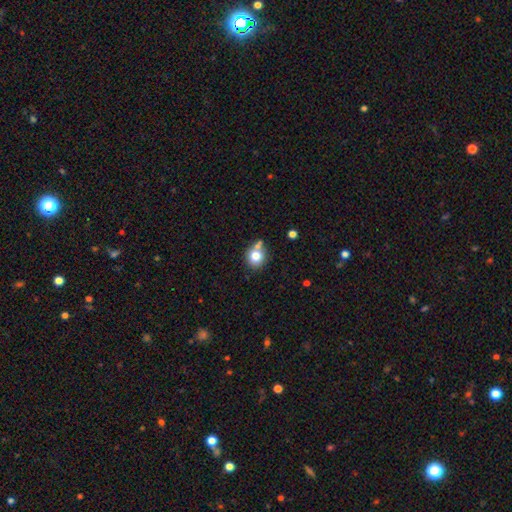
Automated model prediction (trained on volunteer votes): Smooth or featured? Predicted: smooth (p=0.77). How rounded? Predicted: round (p=0.83). Merging? Predicted: none (p=0.60).